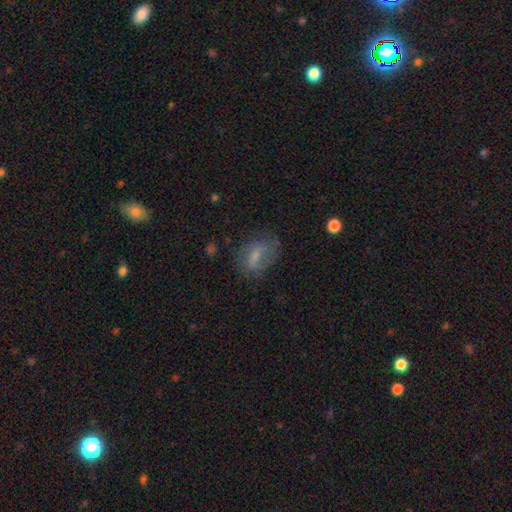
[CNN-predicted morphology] Smooth or featured?
  - smooth: 57% *
  - featured or disk: 33%
  - star or artifact: 10%
How rounded?
  - in between: 74% *
  - round: 20%
  - cigar-shaped: 6%
Merging?
  - none: 61% *
  - minor disturbance: 23%
  - major disturbance: 14%
  - merger: 2%